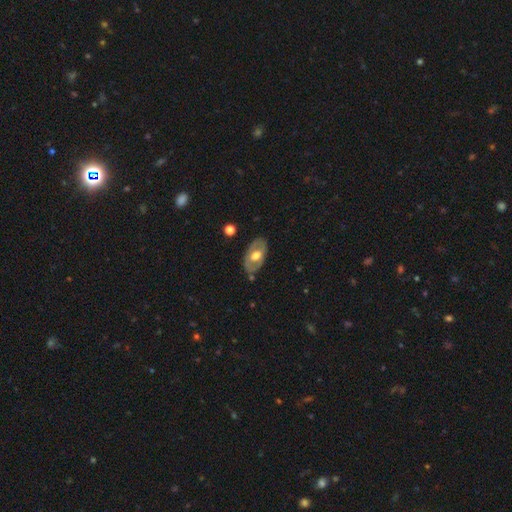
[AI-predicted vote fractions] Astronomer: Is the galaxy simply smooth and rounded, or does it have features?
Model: featured or disk — 57% (runner-up: smooth, 37%).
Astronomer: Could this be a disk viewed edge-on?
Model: no — 88%.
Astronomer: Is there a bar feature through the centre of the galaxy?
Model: no — 60%.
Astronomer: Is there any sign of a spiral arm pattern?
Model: no — 73%.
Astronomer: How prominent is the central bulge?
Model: moderate — 65%.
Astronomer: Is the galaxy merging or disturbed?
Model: none — 77%.